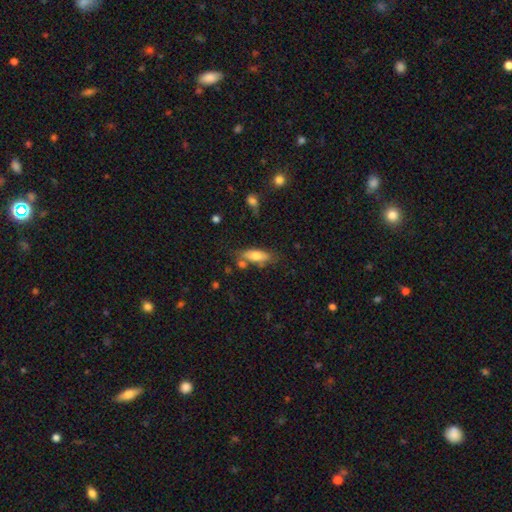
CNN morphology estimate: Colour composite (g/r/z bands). It shows a smooth galaxy with no disk features (71%) that is in between round and cigar-shaped (69%). Merging: none (66%).